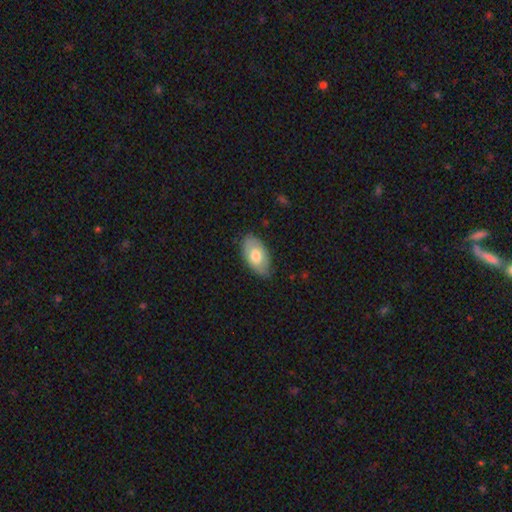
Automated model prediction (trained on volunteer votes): A smooth galaxy with no disk features (68%) that is in between round and cigar-shaped (94%).

Vote fractions:
- Smooth or featured? smooth: 68% / featured or disk: 26% / star or artifact: 6%
- How rounded? in between: 94% / round: 4% / cigar-shaped: 2%
- Merging? none: 71% / minor disturbance: 24% / major disturbance: 4% / merger: 1%